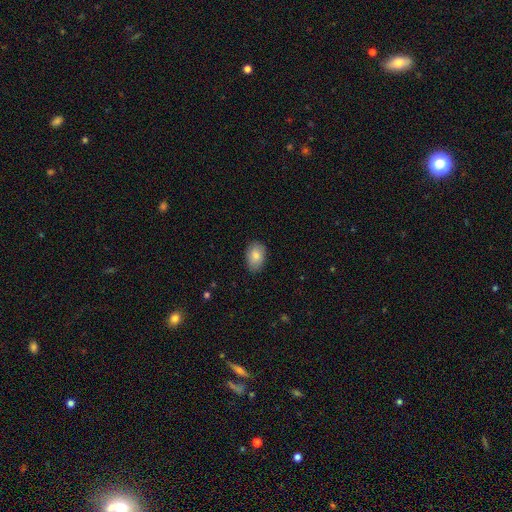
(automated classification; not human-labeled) Smooth or featured?
  - smooth: 83% *
  - featured or disk: 10%
  - star or artifact: 7%
How rounded?
  - in between: 86% *
  - round: 12%
  - cigar-shaped: 1%
Merging?
  - none: 84% *
  - minor disturbance: 12%
  - major disturbance: 2%
  - merger: 1%